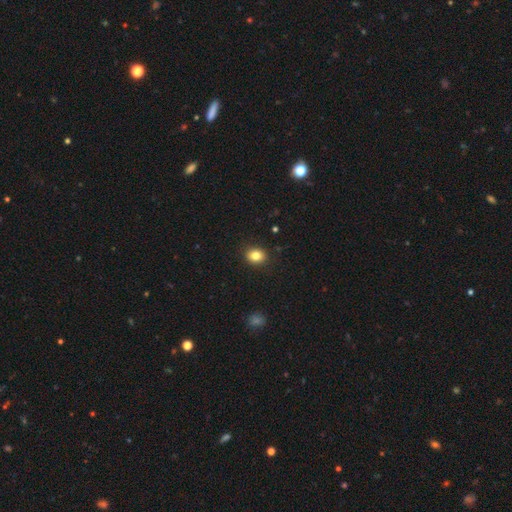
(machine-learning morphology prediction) Smooth or featured? smooth (83%)
How rounded? round (54%)
Merging? none (90%)